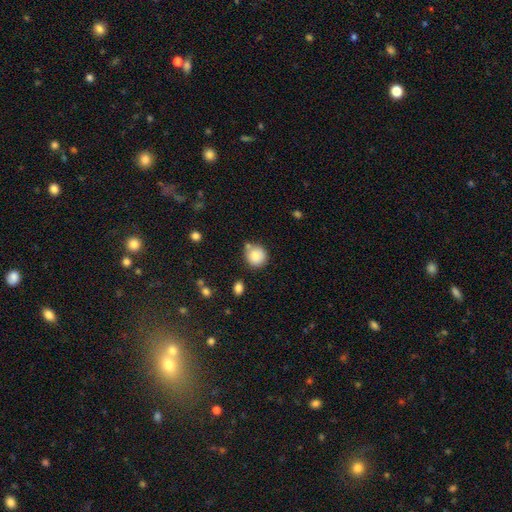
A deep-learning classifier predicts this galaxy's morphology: A smooth galaxy with no disk features (83%) that is round (85%).

Vote fractions:
- Smooth or featured? smooth: 83% / star or artifact: 9% / featured or disk: 8%
- How rounded? round: 85% / in between: 14% / cigar-shaped: 1%
- Merging? none: 62% / minor disturbance: 19% / merger: 14% / major disturbance: 4%